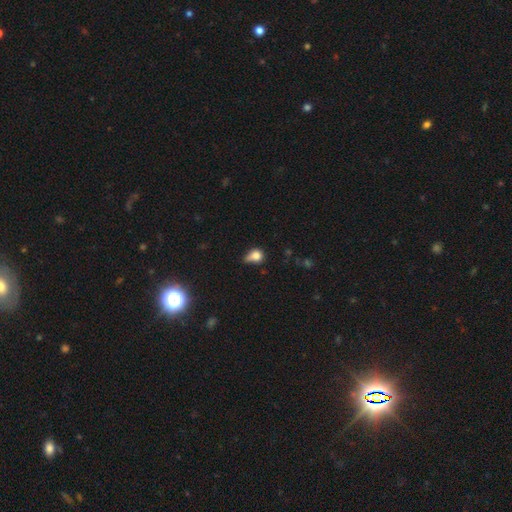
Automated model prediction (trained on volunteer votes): smooth 76%, star or artifact 12%, featured or disk 11%. Down the decision tree: how rounded — round (50%); merging — minor disturbance (42%).